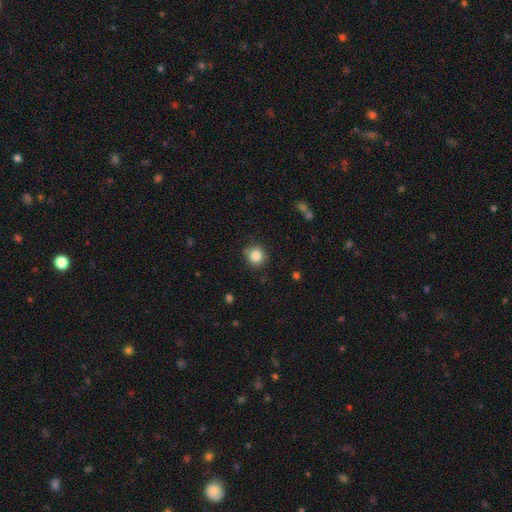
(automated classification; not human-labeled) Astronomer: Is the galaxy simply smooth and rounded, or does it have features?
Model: smooth — 84%.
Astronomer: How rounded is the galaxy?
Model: round — 88%.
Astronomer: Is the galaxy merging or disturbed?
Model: none — 83%.